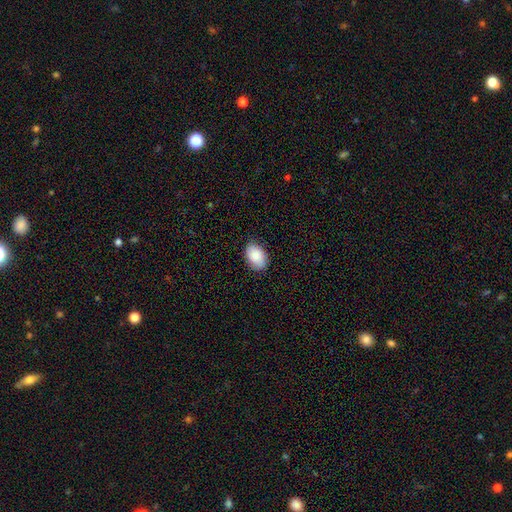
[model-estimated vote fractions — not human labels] Q: Smooth or featured?
A: smooth (86%); runner-up: featured or disk (7%)
Q: How rounded?
A: in between (87%); runner-up: round (12%)
Q: Merging?
A: none (83%); runner-up: minor disturbance (13%)